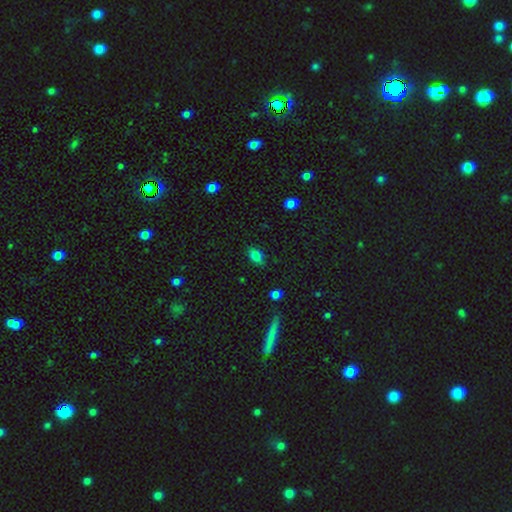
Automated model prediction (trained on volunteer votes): The model was most divided on "how rounded": in between: 80%, round: 18%, cigar-shaped: 2%. More confident: smooth or featured — smooth (82%); merging — none (80%).